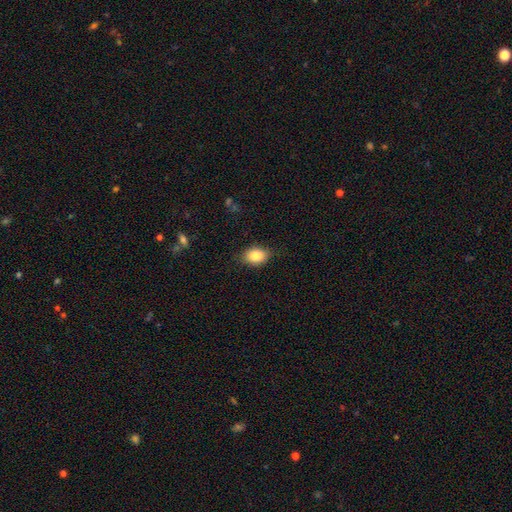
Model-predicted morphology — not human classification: smooth_or_featured: smooth (p=0.83) [alt: star or artifact p=0.08]
how_rounded: in between (p=0.73) [alt: round p=0.26]
merging: none (p=0.81) [alt: minor disturbance p=0.15]